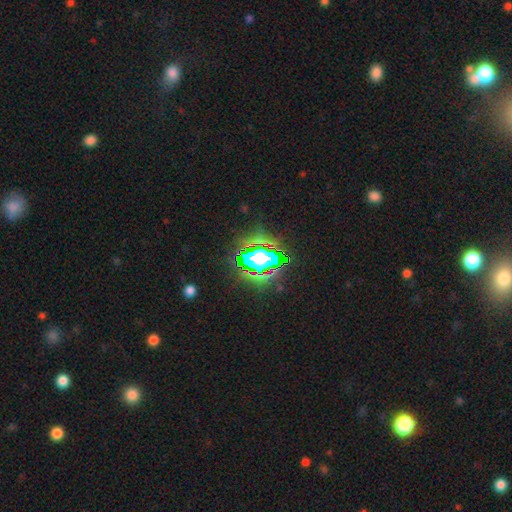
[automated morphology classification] type=star or artifact (71%).